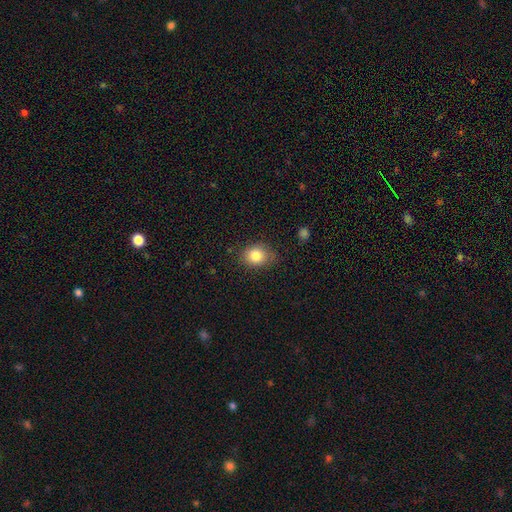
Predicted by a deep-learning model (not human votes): This is clearly a smooth galaxy (82%). How rounded: possibly in between (53%). Merging: likely none (75%).